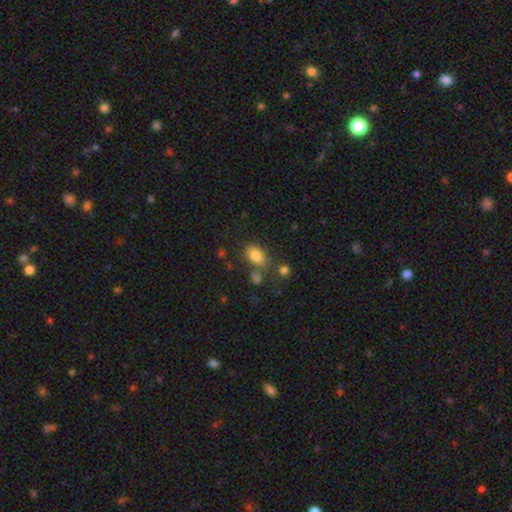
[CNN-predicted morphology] A smooth galaxy with no disk features (83%) that is in between round and cigar-shaped (86%).

Vote fractions:
- Smooth or featured? smooth: 83% / star or artifact: 10% / featured or disk: 7%
- How rounded? in between: 86% / round: 12% / cigar-shaped: 2%
- Merging? none: 65% / minor disturbance: 15% / merger: 13% / major disturbance: 6%